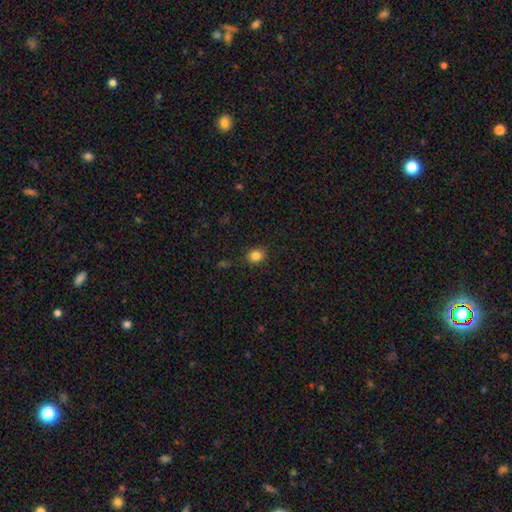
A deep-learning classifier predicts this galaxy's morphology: Smooth or featured? Predicted: smooth (p=0.84). How rounded? Predicted: round (p=0.50). Merging? Predicted: none (p=0.85).